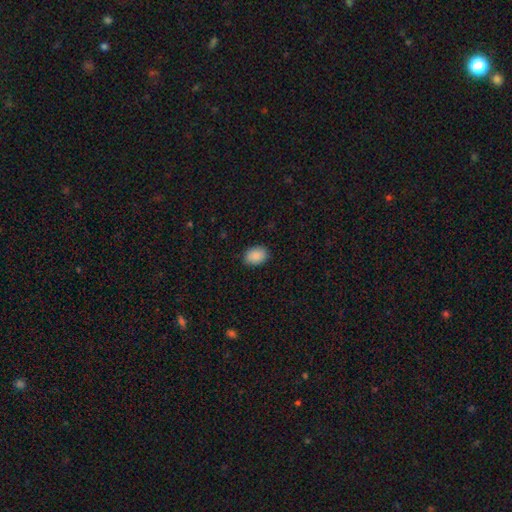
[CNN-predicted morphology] Smooth or featured?
  - smooth: 89% *
  - star or artifact: 7%
  - featured or disk: 3%
How rounded?
  - in between: 75% *
  - round: 24%
  - cigar-shaped: 1%
Merging?
  - none: 86% *
  - minor disturbance: 10%
  - major disturbance: 2%
  - merger: 1%